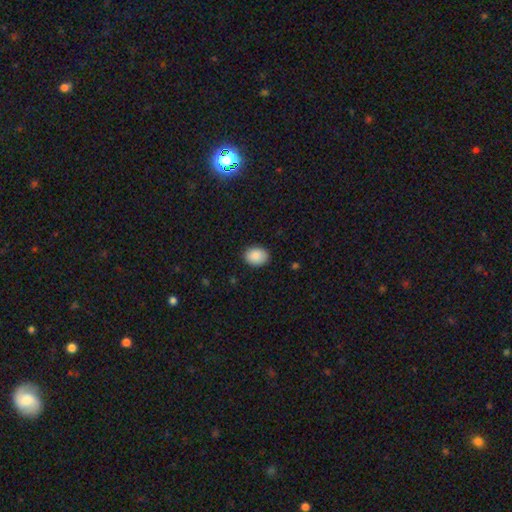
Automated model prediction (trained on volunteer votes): Q: Smooth or featured?
A: smooth (89%); runner-up: star or artifact (7%)
Q: How rounded?
A: in between (63%); runner-up: round (36%)
Q: Merging?
A: none (88%); runner-up: minor disturbance (9%)